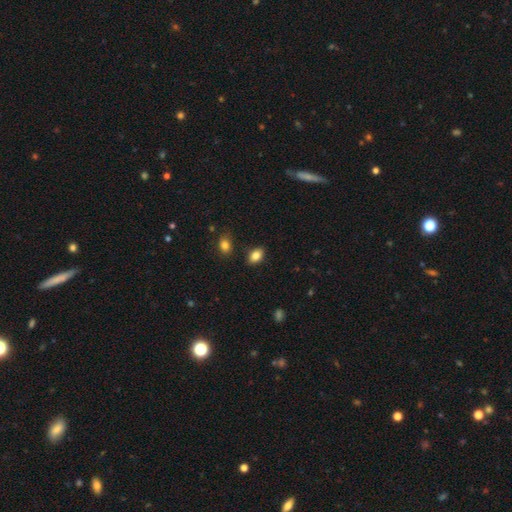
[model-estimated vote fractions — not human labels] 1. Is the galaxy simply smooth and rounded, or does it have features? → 84% smooth, 8% star or artifact, 7% featured or disk.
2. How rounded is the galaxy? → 87% in between, 11% round, 2% cigar-shaped.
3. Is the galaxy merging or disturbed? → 85% none, 10% minor disturbance, 3% merger, 2% major disturbance.